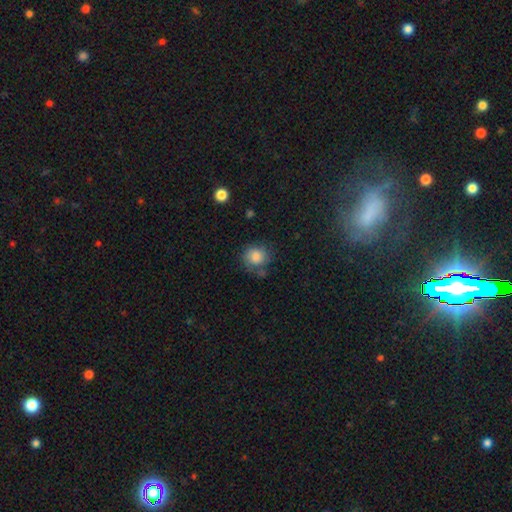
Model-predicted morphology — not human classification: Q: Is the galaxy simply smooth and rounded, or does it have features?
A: smooth — 82%.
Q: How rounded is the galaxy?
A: round — 81%.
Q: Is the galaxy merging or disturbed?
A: none — 64%.